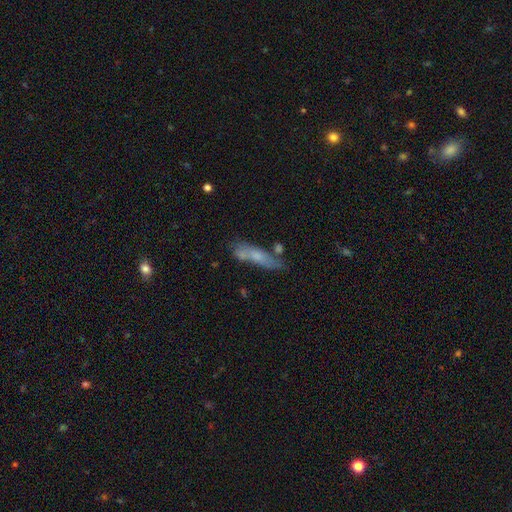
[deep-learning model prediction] A smooth galaxy with no disk features (51%) that is cigar-shaped (68%). Merging: none (52%).